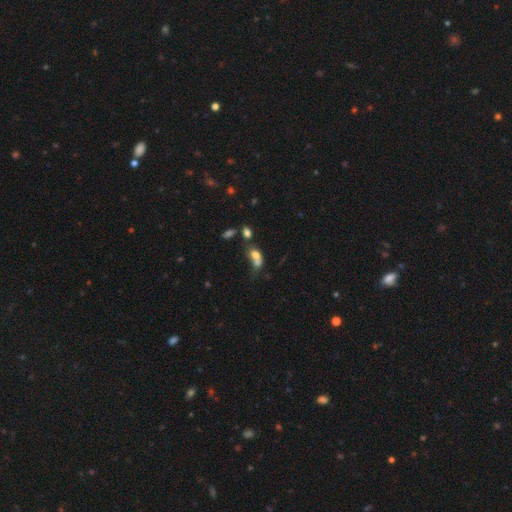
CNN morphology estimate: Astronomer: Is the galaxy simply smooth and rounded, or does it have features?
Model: smooth — 69%.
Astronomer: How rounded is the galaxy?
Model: in between — 61%.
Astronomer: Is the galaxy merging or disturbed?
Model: merger — 60%.